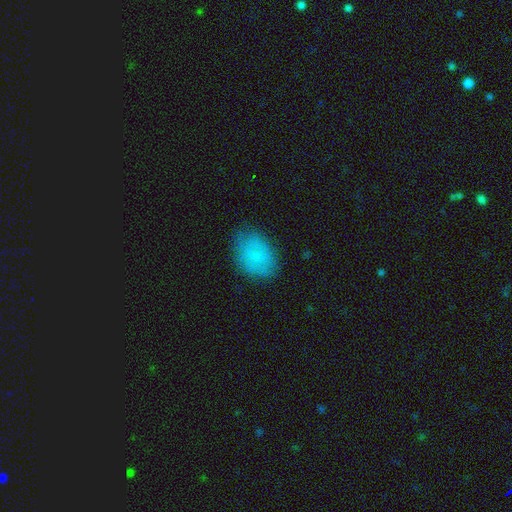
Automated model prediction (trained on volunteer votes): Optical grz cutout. It shows a smooth galaxy with no disk features (74%) that is in between round and cigar-shaped (76%). Merging: none (72%).